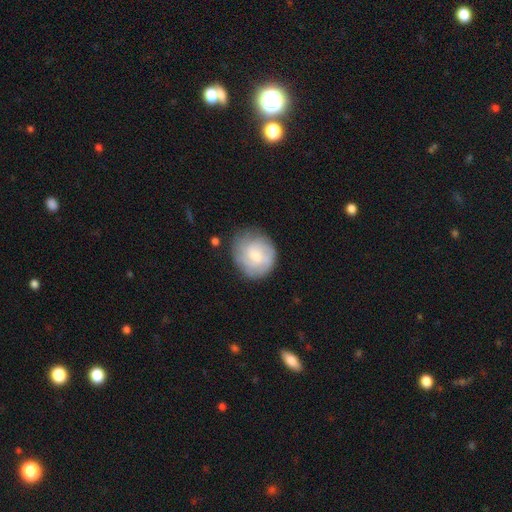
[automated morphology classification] smooth_or_featured: featured or disk (p=0.47) [alt: smooth p=0.46]
merging: none (p=0.75) [alt: minor disturbance p=0.18]